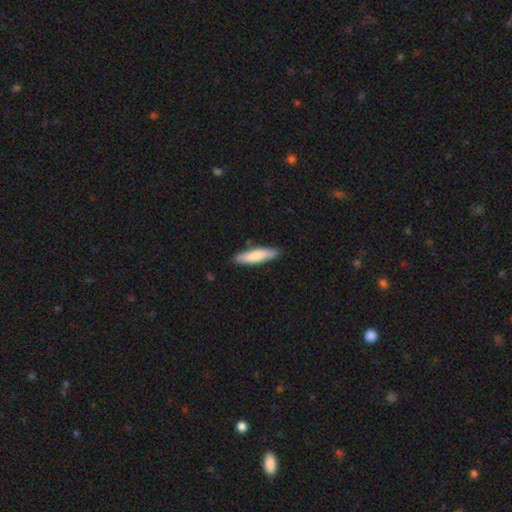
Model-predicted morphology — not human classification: smooth-or-featured: smooth: 77% | featured or disk: 18% | star or artifact: 5%
  how-rounded: cigar-shaped: 72% | in between: 26% | round: 1%
  merging: none: 86% | minor disturbance: 11% | major disturbance: 2% | merger: 1%